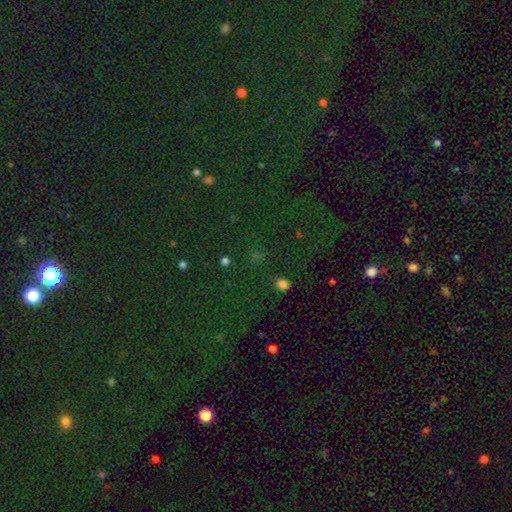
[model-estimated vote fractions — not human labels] smooth_or_featured: star or artifact (p=0.66) [alt: smooth p=0.26]